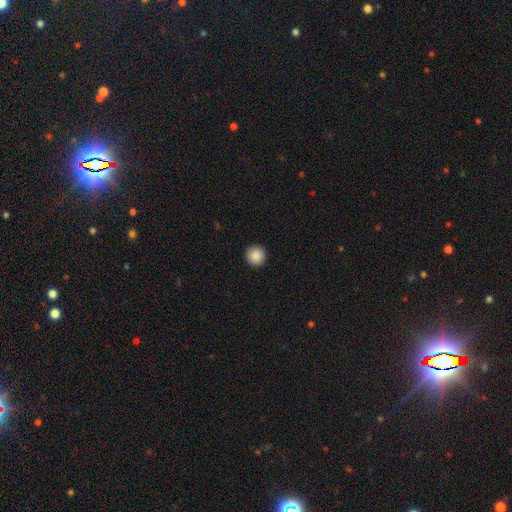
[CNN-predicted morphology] A smooth galaxy with no disk features (89%) that is round (96%).

Vote fractions:
- Smooth or featured? smooth: 89% / star or artifact: 8% / featured or disk: 3%
- How rounded? round: 96% / in between: 3% / cigar-shaped: 1%
- Merging? none: 93% / minor disturbance: 5% / major disturbance: 2% / merger: 1%